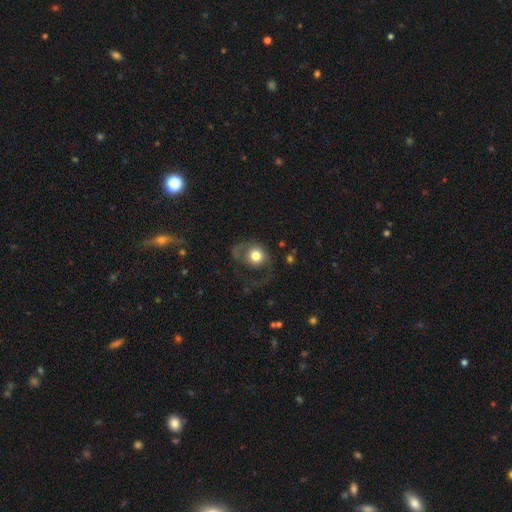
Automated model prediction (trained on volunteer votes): smooth-or-featured: smooth: 62% | featured or disk: 29% | star or artifact: 9%
  how-rounded: round: 72% | in between: 27% | cigar-shaped: 1%
  merging: major disturbance: 46% | none: 33% | minor disturbance: 19% | merger: 3%